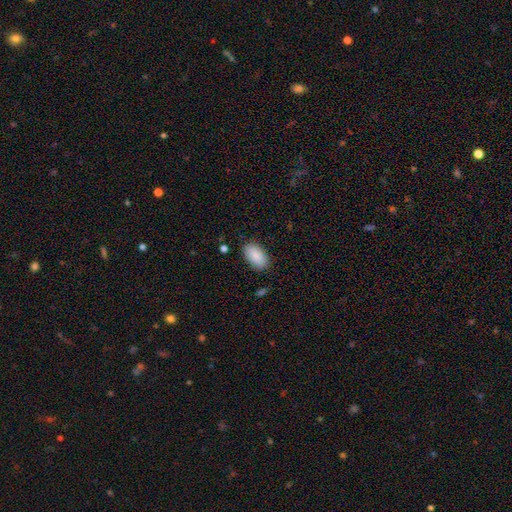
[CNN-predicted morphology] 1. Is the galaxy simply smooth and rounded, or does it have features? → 88% smooth, 6% star or artifact, 6% featured or disk.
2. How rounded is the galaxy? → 95% in between, 4% round, 2% cigar-shaped.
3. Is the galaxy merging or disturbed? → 86% none, 10% minor disturbance, 2% major disturbance, 1% merger.